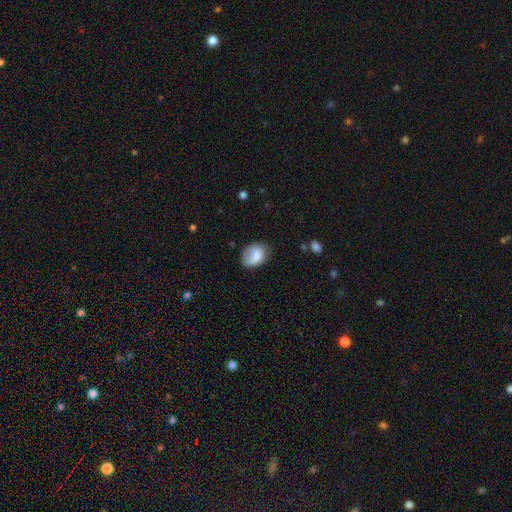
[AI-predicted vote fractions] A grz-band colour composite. It shows a smooth galaxy with no disk features (79%) that is in between round and cigar-shaped (67%). Merging: none (54%).